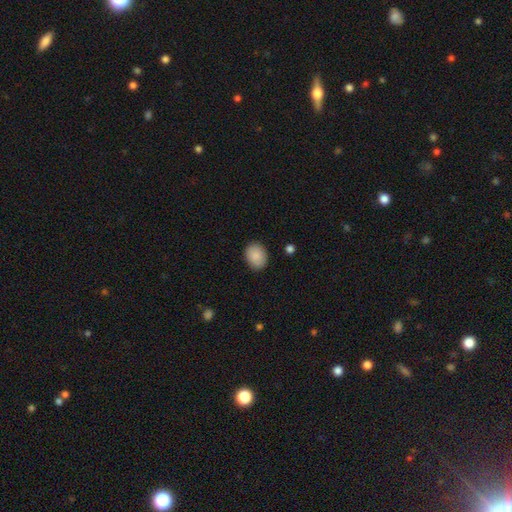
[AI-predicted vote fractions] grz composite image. It shows a smooth galaxy with no disk features (89%) that is in between round and cigar-shaped (59%). Merging: none (87%).